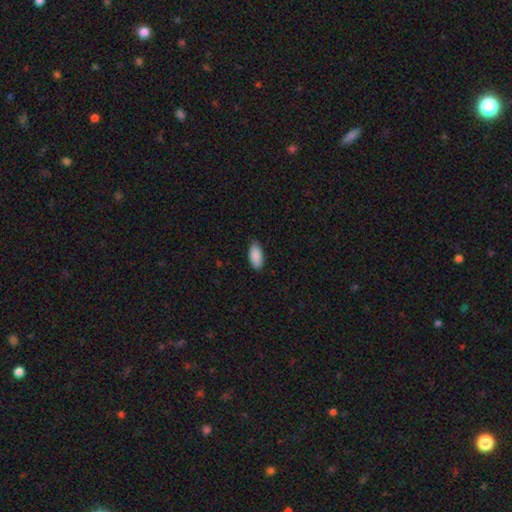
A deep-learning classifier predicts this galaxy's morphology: Smooth or featured? Predicted: smooth (p=0.90). How rounded? Predicted: in between (p=0.91). Merging? Predicted: none (p=0.85).